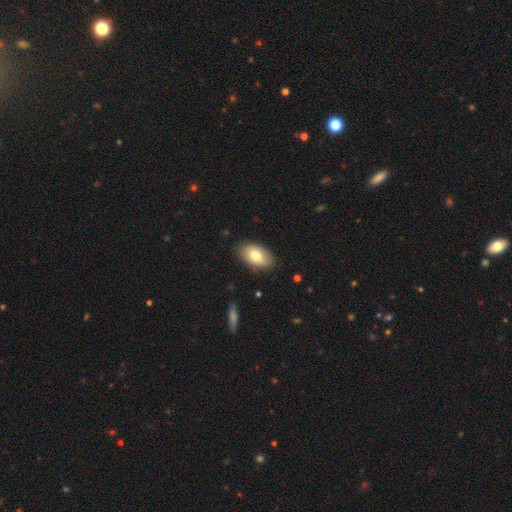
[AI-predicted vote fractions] This appears to be a smooth galaxy with no disk features (78%) that is in between round and cigar-shaped (93%). Merging: none (85%).